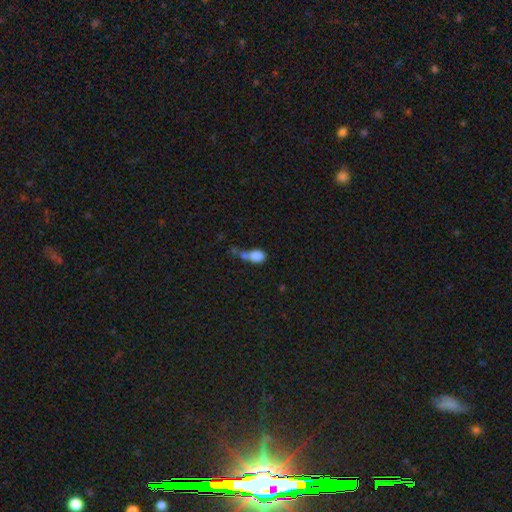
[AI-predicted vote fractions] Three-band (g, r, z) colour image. It shows a smooth galaxy with no disk features (83%) that is in between round and cigar-shaped (80%). Merging: merger (48%).